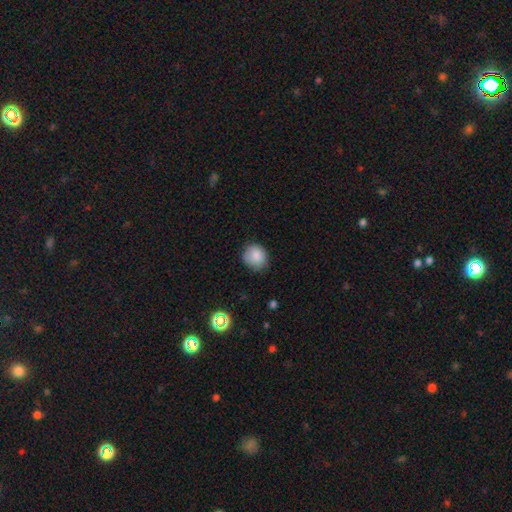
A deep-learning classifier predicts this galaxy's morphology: Smooth or featured?
  - smooth: 84% *
  - star or artifact: 9%
  - featured or disk: 7%
How rounded?
  - round: 81% *
  - in between: 18%
  - cigar-shaped: 1%
Merging?
  - none: 75% *
  - minor disturbance: 20%
  - major disturbance: 4%
  - merger: 1%